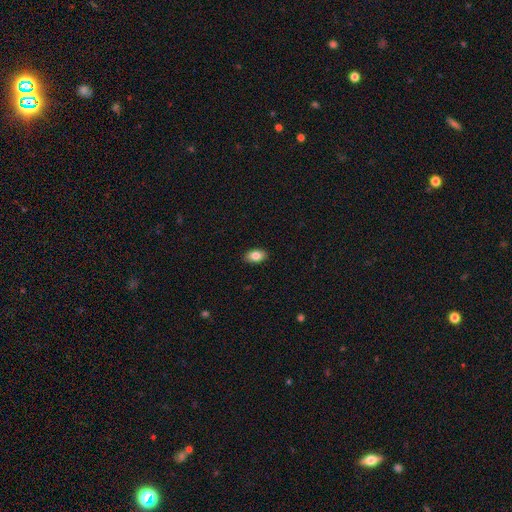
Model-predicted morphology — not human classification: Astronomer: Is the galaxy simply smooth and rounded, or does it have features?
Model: smooth — 85%.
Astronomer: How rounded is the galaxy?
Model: in between — 90%.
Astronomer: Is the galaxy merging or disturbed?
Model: none — 89%.